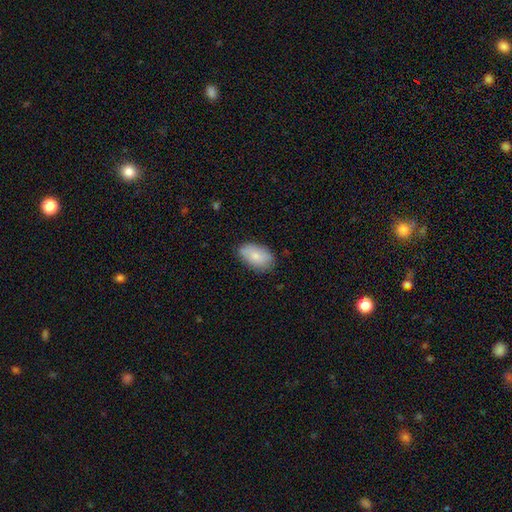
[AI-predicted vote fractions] Smooth or featured?
  - smooth: 78% *
  - featured or disk: 15%
  - star or artifact: 6%
How rounded?
  - in between: 92% *
  - round: 6%
  - cigar-shaped: 2%
Merging?
  - none: 77% *
  - minor disturbance: 18%
  - major disturbance: 3%
  - merger: 1%